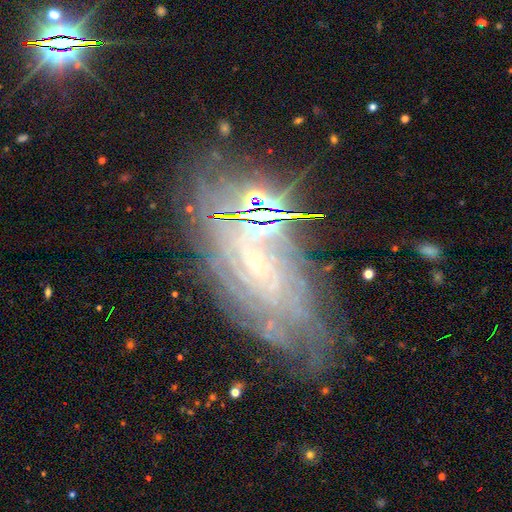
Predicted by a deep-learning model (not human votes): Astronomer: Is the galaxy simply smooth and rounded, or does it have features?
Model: featured or disk — 73%.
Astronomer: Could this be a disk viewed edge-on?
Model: no — 90%.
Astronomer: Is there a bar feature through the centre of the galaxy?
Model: no — 63%.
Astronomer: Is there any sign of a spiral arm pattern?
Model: yes — 89%.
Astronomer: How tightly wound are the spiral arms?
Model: tight — 70%.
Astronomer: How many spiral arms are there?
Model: can't tell — 49%.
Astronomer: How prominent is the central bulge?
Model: small — 85%.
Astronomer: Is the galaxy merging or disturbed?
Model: none — 71%.